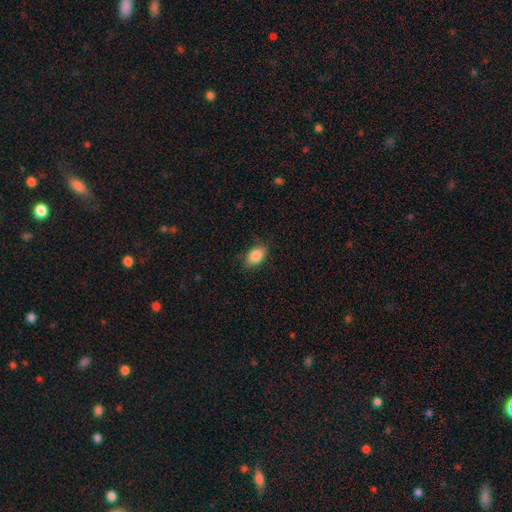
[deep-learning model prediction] Morphology: type=smooth (87%); roundness=in between (89%); merging=none (81%).